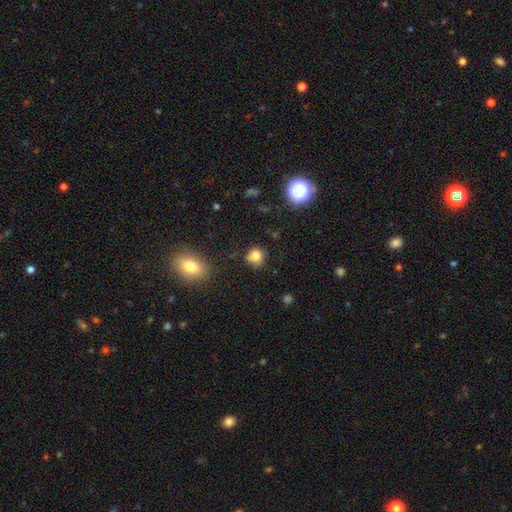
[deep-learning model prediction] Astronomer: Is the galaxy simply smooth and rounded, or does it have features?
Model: smooth — 81%.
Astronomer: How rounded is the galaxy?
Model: round — 82%.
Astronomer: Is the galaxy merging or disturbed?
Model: none — 77%.